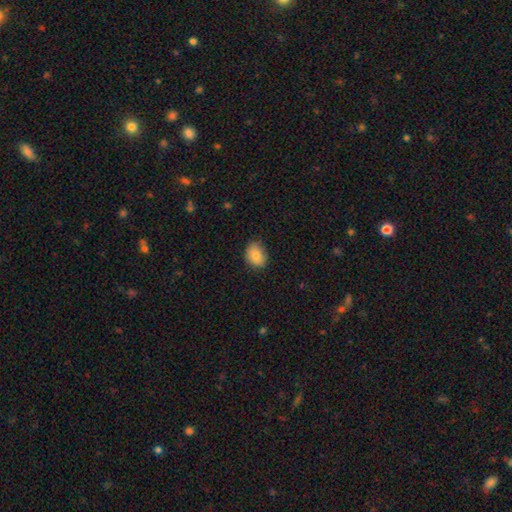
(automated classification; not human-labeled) This is clearly a smooth galaxy (85%). How rounded: likely in between (61%). Merging: likely none (80%).